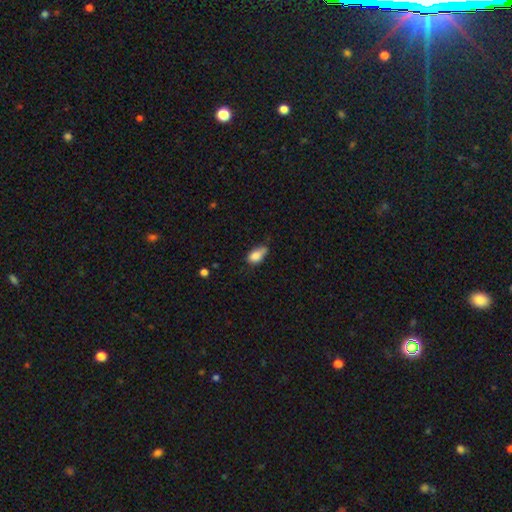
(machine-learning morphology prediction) Overall: smooth (80%). How rounded: in between (85%). Merging: minor disturbance (45%; none 34%).